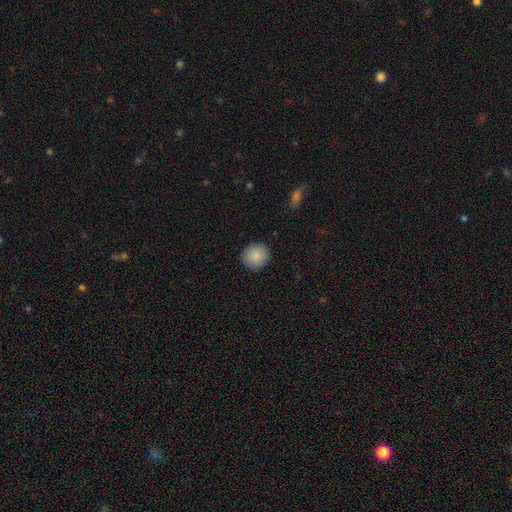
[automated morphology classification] Smooth or featured? Predicted: smooth (p=0.88). How rounded? Predicted: round (p=0.88). Merging? Predicted: none (p=0.90).